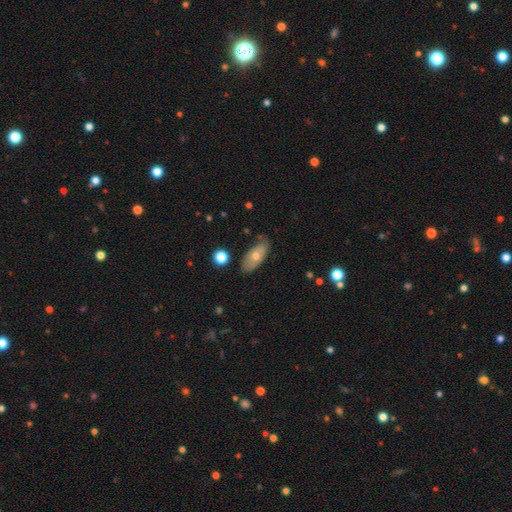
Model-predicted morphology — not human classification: Smooth or featured: smooth — 56% (featured or disk — 36%)
How rounded: in between — 84% (cigar-shaped — 11%)
Merging: none — 75% (minor disturbance — 19%)